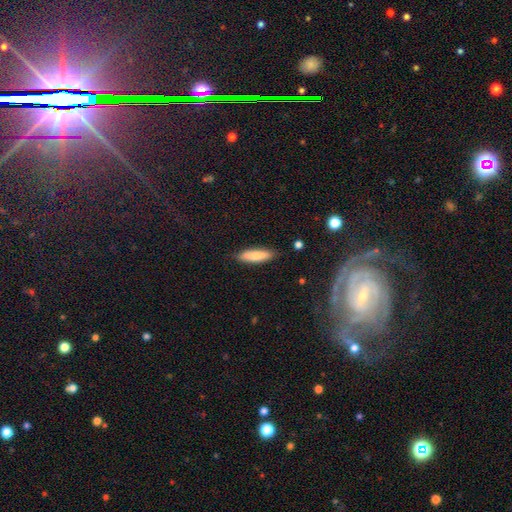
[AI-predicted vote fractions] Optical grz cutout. It shows a smooth galaxy with no disk features (78%) that is cigar-shaped (61%). Merging: none (86%).